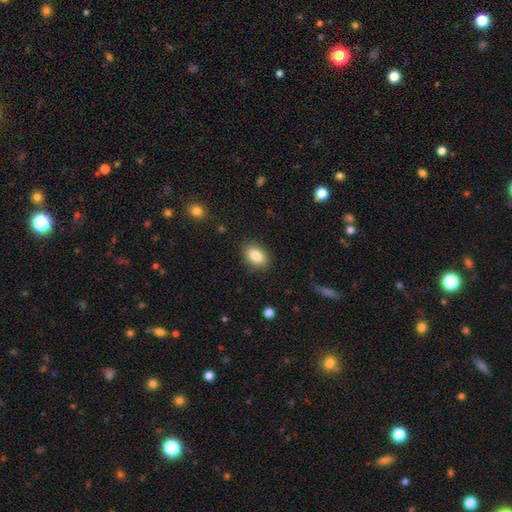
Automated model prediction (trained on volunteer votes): Smooth or featured?
  - smooth: 86% *
  - star or artifact: 8%
  - featured or disk: 7%
How rounded?
  - in between: 87% *
  - round: 11%
  - cigar-shaped: 2%
Merging?
  - none: 86% *
  - minor disturbance: 10%
  - major disturbance: 3%
  - merger: 1%